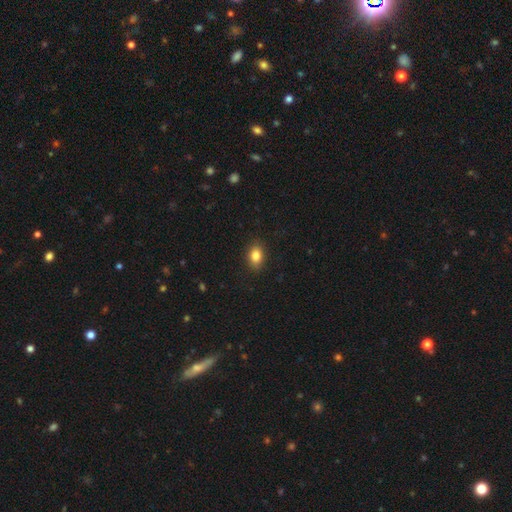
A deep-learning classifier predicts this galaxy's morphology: Smooth or featured?
  - smooth: 84% *
  - star or artifact: 9%
  - featured or disk: 7%
How rounded?
  - in between: 76% *
  - round: 22%
  - cigar-shaped: 2%
Merging?
  - none: 87% *
  - minor disturbance: 9%
  - major disturbance: 2%
  - merger: 1%